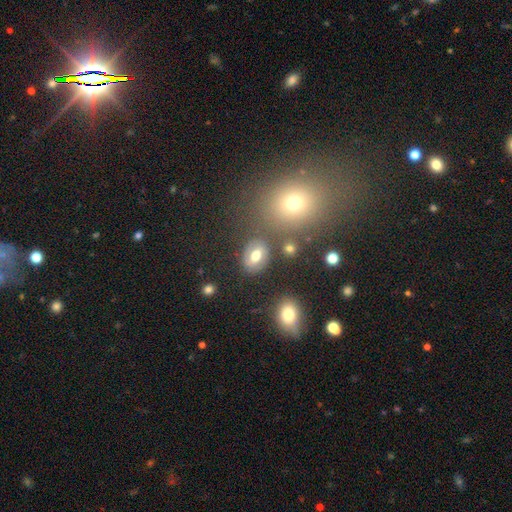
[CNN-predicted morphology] This is likely a smooth galaxy (64%). How rounded: likely in between (69%). Merging: likely none (76%).